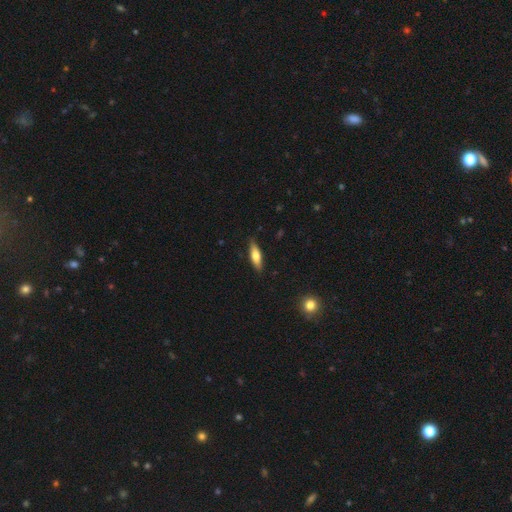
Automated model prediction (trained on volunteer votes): This is likely a smooth galaxy (66%). How rounded: possibly cigar-shaped (54%). Merging: clearly none (85%).